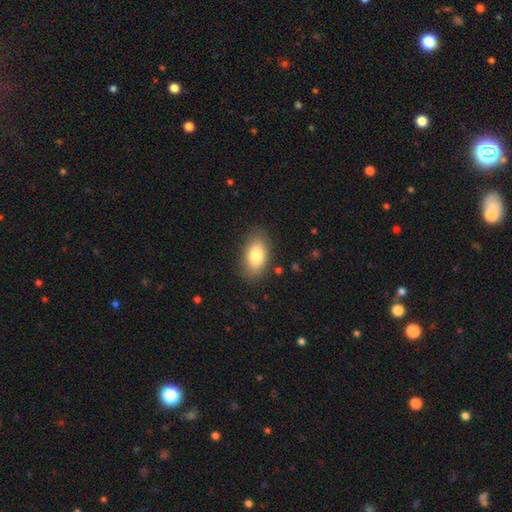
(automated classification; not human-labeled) Smooth or featured? smooth (81%)
How rounded? in between (92%)
Merging? none (83%)